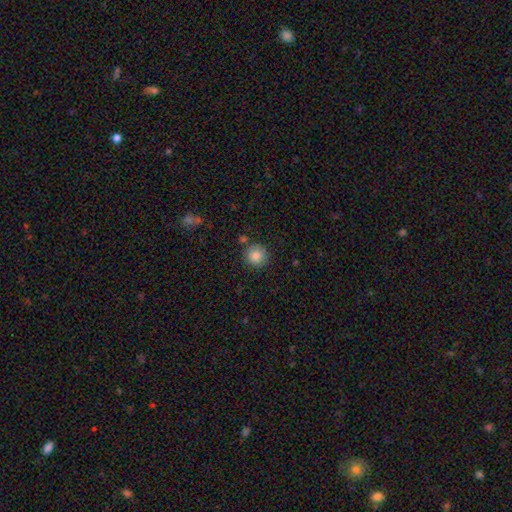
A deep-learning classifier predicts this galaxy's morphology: type=smooth (86%); roundness=round (93%); merging=none (84%).